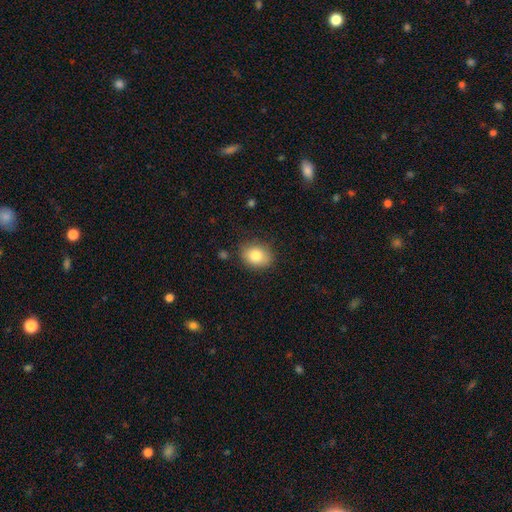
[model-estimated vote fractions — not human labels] Smooth or featured? smooth (82%)
How rounded? in between (59%)
Merging? none (83%)